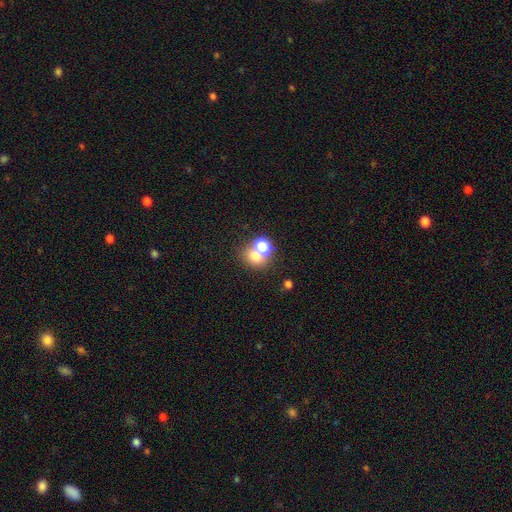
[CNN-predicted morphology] Q: Smooth or featured?
A: smooth (68%); runner-up: star or artifact (18%)
Q: How rounded?
A: round (60%); runner-up: in between (39%)
Q: Merging?
A: merger (49%); runner-up: none (39%)